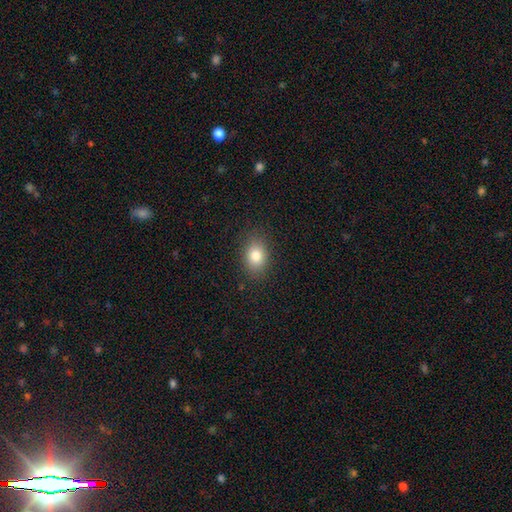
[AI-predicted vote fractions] A smooth galaxy with no disk features (81%) that is in between round and cigar-shaped (71%). Merging: none (86%).